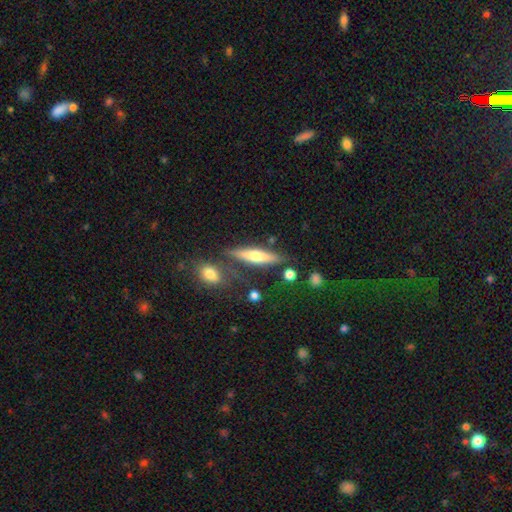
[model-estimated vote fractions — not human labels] Overall: smooth (48%; featured or disk 45%). Merging: none (71%).